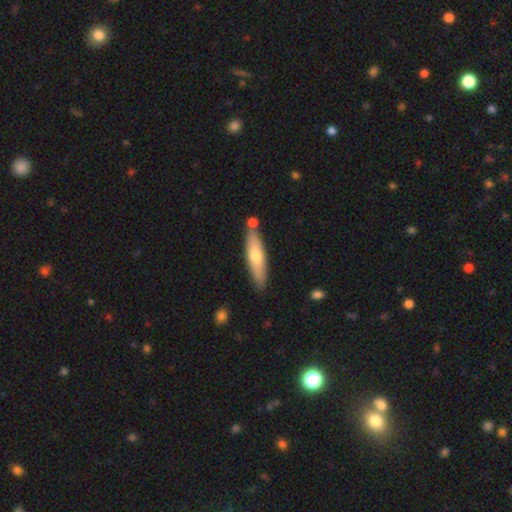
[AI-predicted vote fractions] Smooth or featured? Predicted: smooth (p=0.57). How rounded? Predicted: cigar-shaped (p=0.77). Merging? Predicted: none (p=0.80).